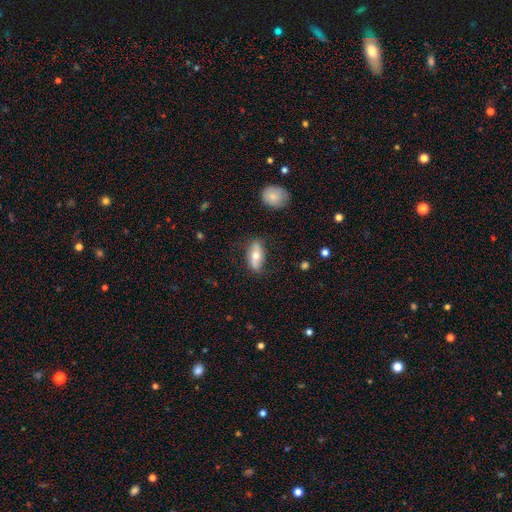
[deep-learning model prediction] This is possibly a smooth galaxy (56%). How rounded: clearly in between (81%). Merging: likely none (78%).